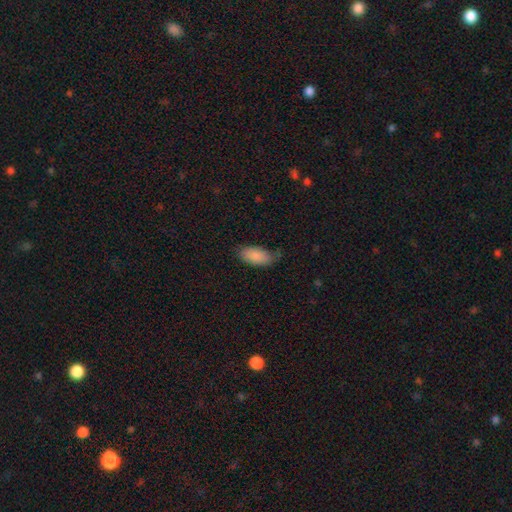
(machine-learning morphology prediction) A smooth galaxy with no disk features (88%) that is in between round and cigar-shaped (92%). Merging: none (67%).